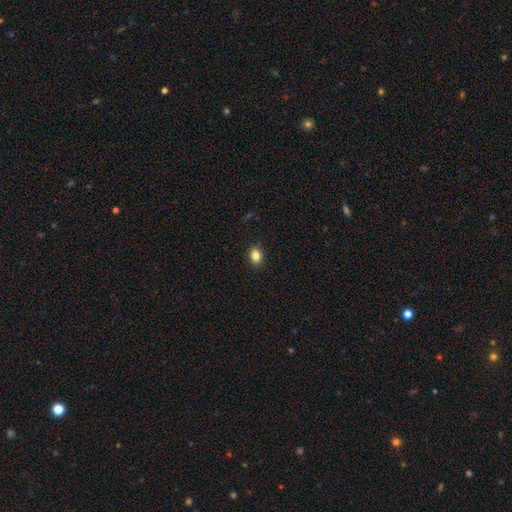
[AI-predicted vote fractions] A smooth galaxy with no disk features (84%) that is in between round and cigar-shaped (59%).

Vote fractions:
- Smooth or featured? smooth: 84% / star or artifact: 11% / featured or disk: 5%
- How rounded? in between: 59% / round: 39% / cigar-shaped: 1%
- Merging? none: 90% / minor disturbance: 7% / major disturbance: 2% / merger: 1%